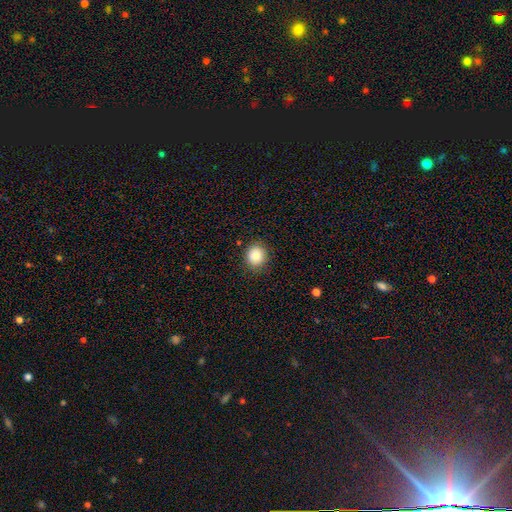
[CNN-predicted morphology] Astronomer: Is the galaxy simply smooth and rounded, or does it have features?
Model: smooth — 83%.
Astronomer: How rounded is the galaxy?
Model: round — 84%.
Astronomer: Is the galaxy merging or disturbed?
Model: none — 87%.